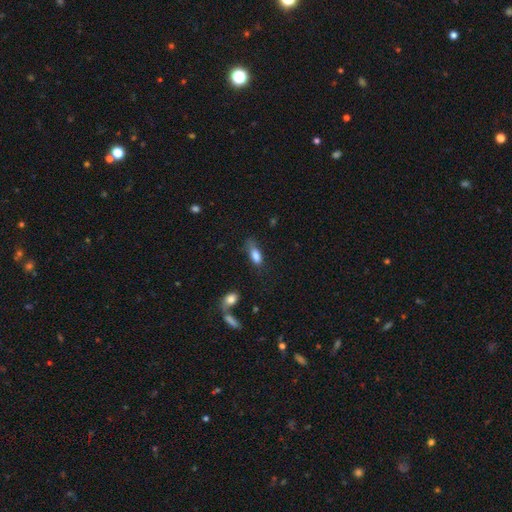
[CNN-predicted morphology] The model was most divided on "merging": none: 44%, minor disturbance: 33%, major disturbance: 18%, merger: 5%. More confident: smooth or featured — smooth (82%); how rounded — in between (79%).